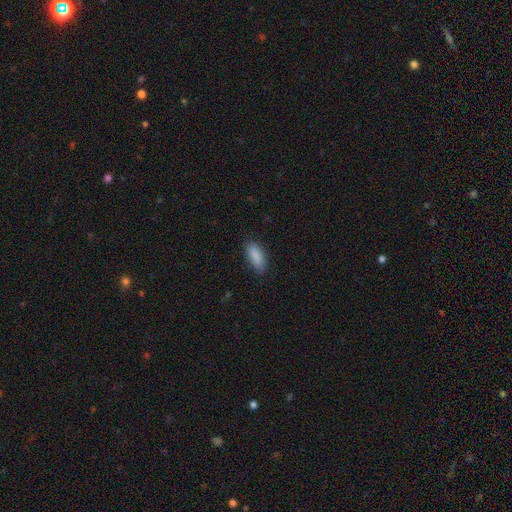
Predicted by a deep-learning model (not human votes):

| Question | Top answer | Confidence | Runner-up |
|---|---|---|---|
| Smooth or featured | smooth | 88% | star or artifact (7%) |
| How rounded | in between | 79% | cigar-shaped (19%) |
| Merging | none | 79% | minor disturbance (16%) |